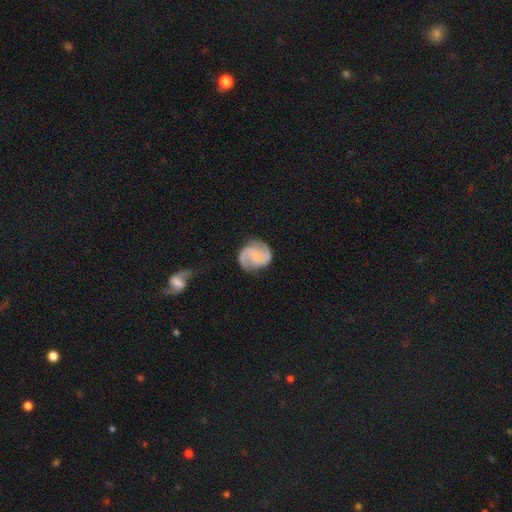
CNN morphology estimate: featured or disk 85%, smooth 10%, star or artifact 5%. Down the decision tree: edge-on disk — no (98%); bar — no (62%); spiral arms — yes (97%); spiral arm count — 2 (91%); spiral winding — medium (54%); bulge size — small (66%); merging — none (79%).